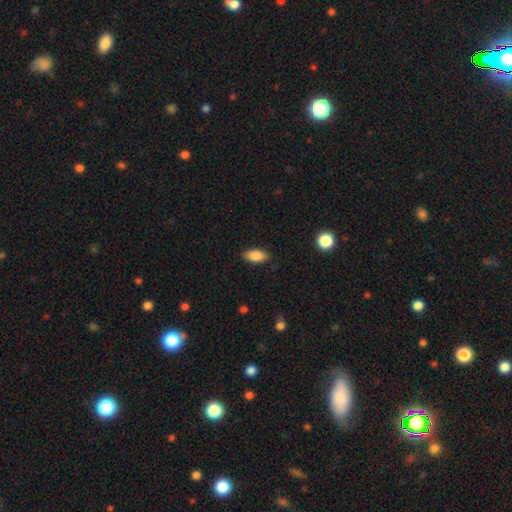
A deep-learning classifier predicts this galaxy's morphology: Smooth or featured: smooth — 85% (featured or disk — 8%)
How rounded: in between — 89% (cigar-shaped — 8%)
Merging: none — 88% (minor disturbance — 9%)